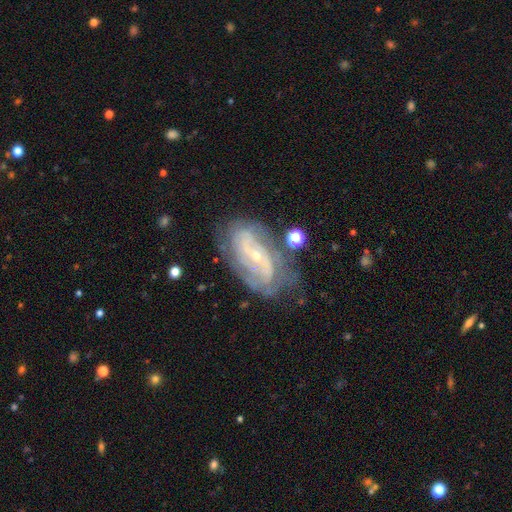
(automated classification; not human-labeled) smooth-or-featured: featured or disk: 85% | smooth: 9% | star or artifact: 7%
  disk-edge-on: no: 95% | yes: 5%
    bar: no: 46% | weak: 34% | strong: 19%
    has-spiral-arms: yes: 93% | no: 7%
      spiral-winding: tight: 52% | medium: 36% | loose: 12%
      spiral-arm-count: 2: 45% | can't tell: 26% | 3: 14% | 4: 6% | 1: 4% | more than 4: 4%
    bulge-size: small: 77% | moderate: 20% | none: 1% | large: 1% | dominant: 1%
  merging: none: 65% | minor disturbance: 22% | major disturbance: 10% | merger: 4%